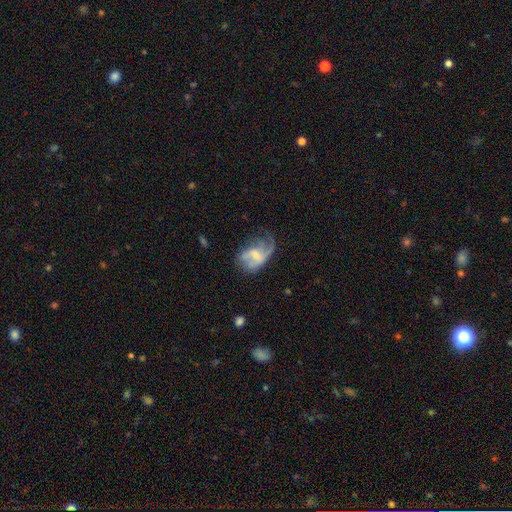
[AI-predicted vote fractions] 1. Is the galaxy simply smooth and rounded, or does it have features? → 65% featured or disk, 27% smooth, 8% star or artifact.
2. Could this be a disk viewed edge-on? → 97% no, 3% yes.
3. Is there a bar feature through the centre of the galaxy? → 45% weak, 43% no, 12% strong.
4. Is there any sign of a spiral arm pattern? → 76% yes, 24% no.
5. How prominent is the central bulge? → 40% small, 30% moderate, 24% none, 4% large, 1% dominant.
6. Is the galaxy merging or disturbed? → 39% major disturbance, 32% none, 25% minor disturbance, 3% merger.